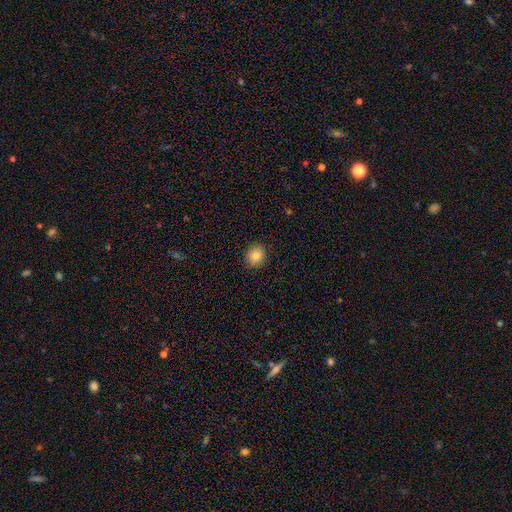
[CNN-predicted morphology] This appears to be a smooth galaxy with no disk features (84%) that is round (73%). Merging: none (89%).